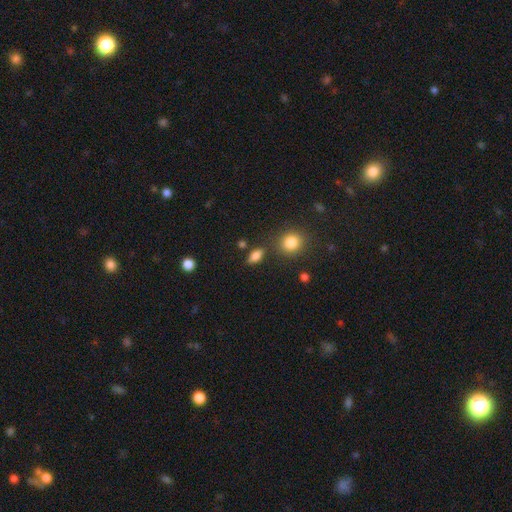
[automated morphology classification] The model was most divided on "merging": none: 80%, minor disturbance: 11%, merger: 5%, major disturbance: 3%. More confident: smooth or featured — smooth (84%); how rounded — in between (83%).